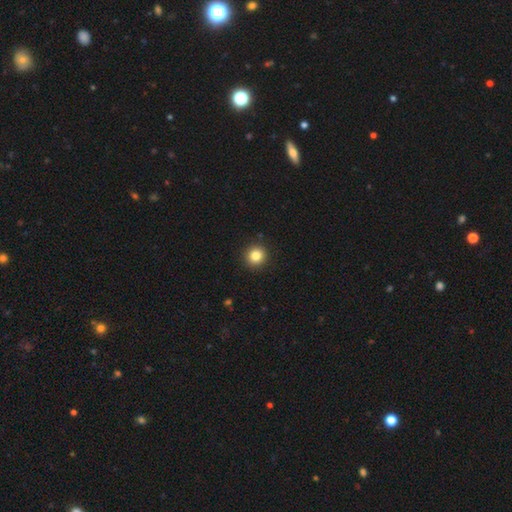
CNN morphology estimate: This appears to be a smooth galaxy with no disk features (84%) that is round (93%). Merging: none (92%).